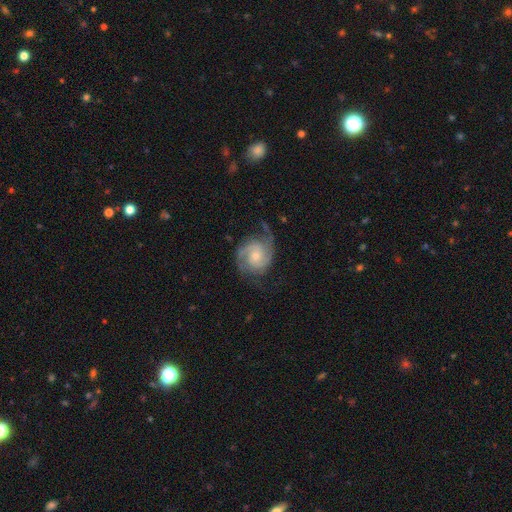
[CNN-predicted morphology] A featured or disk galaxy (86%) with no bar (66%), 2 (79%) medium (46%) spiral arms (97%) and a small central bulge (52%).

Vote fractions:
- Smooth or featured? featured or disk: 86% / smooth: 9% / star or artifact: 5%
- Edge-on disk? no: 98% / yes: 2%
- Bar? no: 66% / weak: 29% / strong: 5%
- Spiral arms? yes: 97% / no: 3%
- Spiral winding? medium: 46% / tight: 40% / loose: 15%
- Spiral arm count? 2: 79% / 3: 8% / can't tell: 6% / 1: 3% / 4: 2% / more than 4: 2%
- Bulge size? small: 52% / moderate: 42% / large: 2% / none: 2% / dominant: 1%
- Merging? none: 67% / minor disturbance: 20% / major disturbance: 11% / merger: 1%